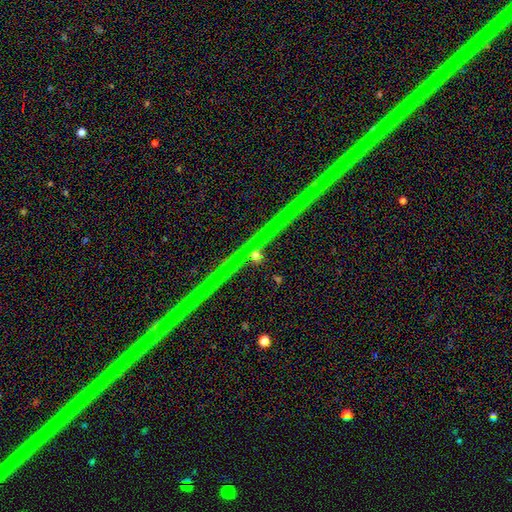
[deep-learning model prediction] A star or artifact, not a galaxy (87%).

Vote fractions:
- Smooth or featured? star or artifact: 87% / featured or disk: 8% / smooth: 4%